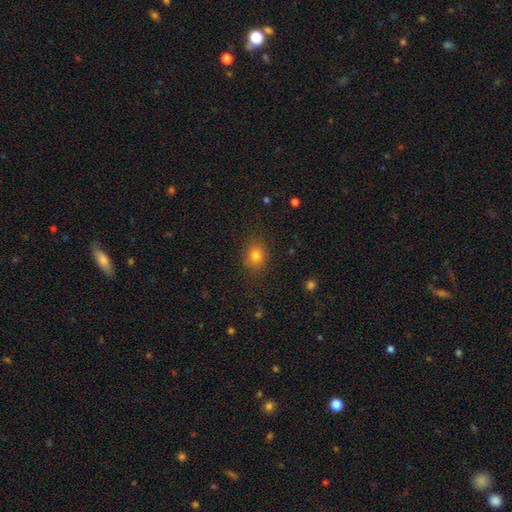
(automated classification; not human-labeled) The model was most divided on "how rounded": round: 61%, in between: 37%, cigar-shaped: 1%. More confident: merging — none (83%); smooth or featured — smooth (79%).